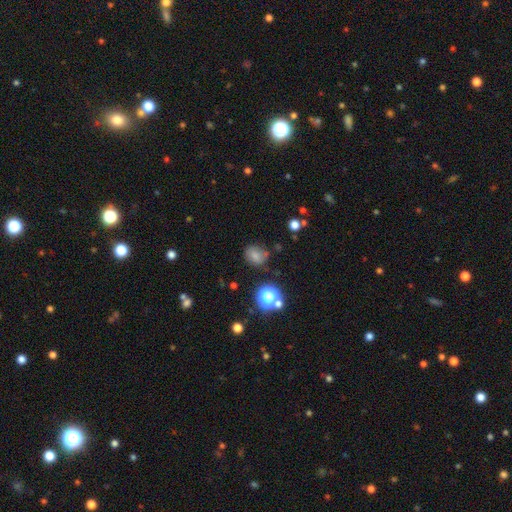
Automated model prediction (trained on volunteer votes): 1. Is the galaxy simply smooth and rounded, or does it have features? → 71% smooth, 18% star or artifact, 11% featured or disk.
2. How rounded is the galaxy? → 54% round, 45% in between, 1% cigar-shaped.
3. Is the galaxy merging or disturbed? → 67% none, 22% minor disturbance, 7% major disturbance, 5% merger.